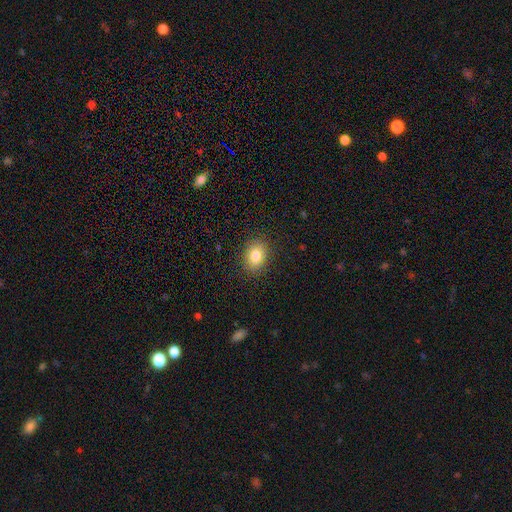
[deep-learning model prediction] smooth_or_featured: smooth (p=0.82) [alt: star or artifact p=0.09]
how_rounded: in between (p=0.71) [alt: round p=0.28]
merging: none (p=0.87) [alt: minor disturbance p=0.09]